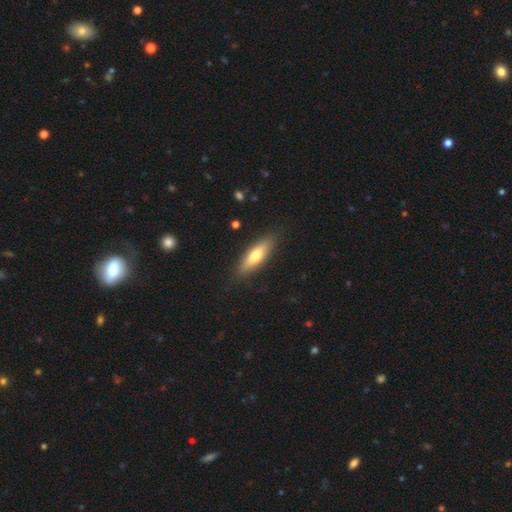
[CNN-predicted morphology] Smooth or featured? smooth (57%)
How rounded? cigar-shaped (56%)
Merging? none (86%)